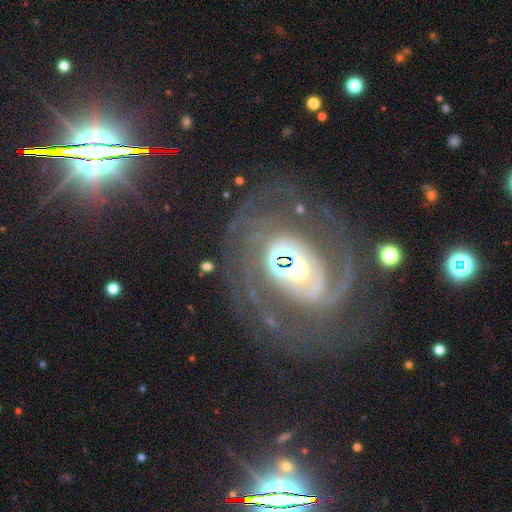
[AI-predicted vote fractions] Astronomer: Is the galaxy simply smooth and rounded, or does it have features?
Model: featured or disk — 81%.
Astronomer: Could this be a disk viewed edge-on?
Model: no — 95%.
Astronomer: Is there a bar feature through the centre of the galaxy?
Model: no — 46% (runner-up: weak, 29%).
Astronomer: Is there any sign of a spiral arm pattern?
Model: yes — 79%.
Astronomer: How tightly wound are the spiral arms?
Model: tight — 55% (runner-up: medium, 34%).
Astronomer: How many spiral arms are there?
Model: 2 — 53%.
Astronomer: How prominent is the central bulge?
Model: moderate — 53%.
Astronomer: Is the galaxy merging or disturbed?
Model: none — 70%.